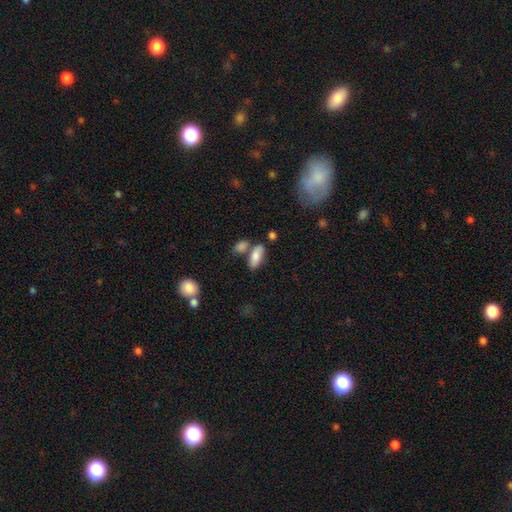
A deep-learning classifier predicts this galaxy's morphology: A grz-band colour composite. It shows a smooth galaxy with no disk features (82%) that is in between round and cigar-shaped (83%). Merging: none (59%).